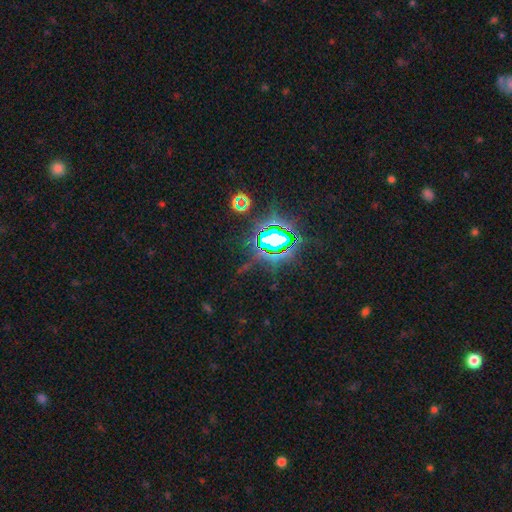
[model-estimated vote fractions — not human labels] This is clearly a star or artifact rather than a galaxy (85%).